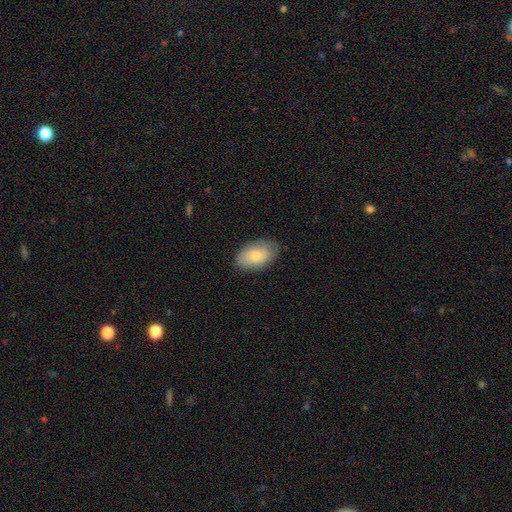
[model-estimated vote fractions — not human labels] This appears to be a smooth galaxy with no disk features (78%) that is in between round and cigar-shaped (92%). Merging: none (80%).